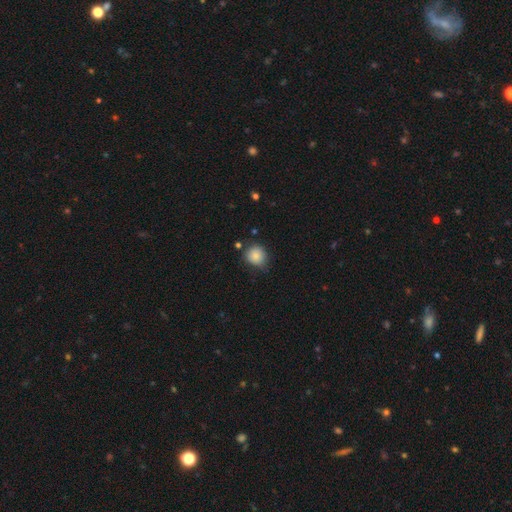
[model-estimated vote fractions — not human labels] The model was most divided on "merging": none: 71%, minor disturbance: 21%, major disturbance: 4%, merger: 3%. More confident: smooth or featured — smooth (84%); how rounded — round (84%).